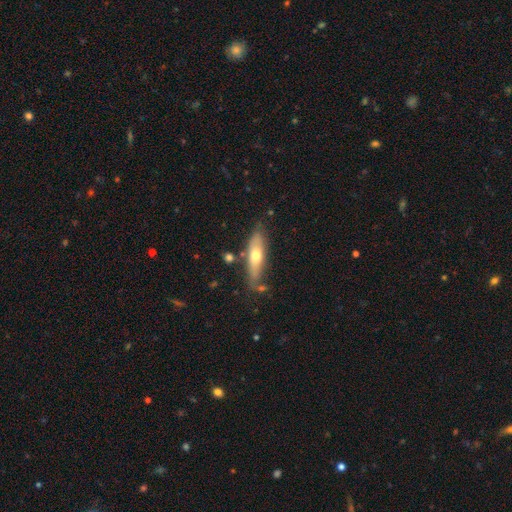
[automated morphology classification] This is possibly a smooth galaxy (54%). How rounded: possibly cigar-shaped (57%). Merging: likely none (70%).